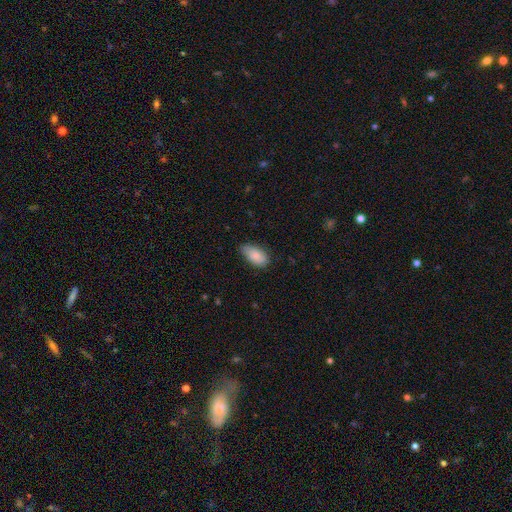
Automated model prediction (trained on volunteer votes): Smooth or featured? smooth (84%)
How rounded? in between (94%)
Merging? none (66%)